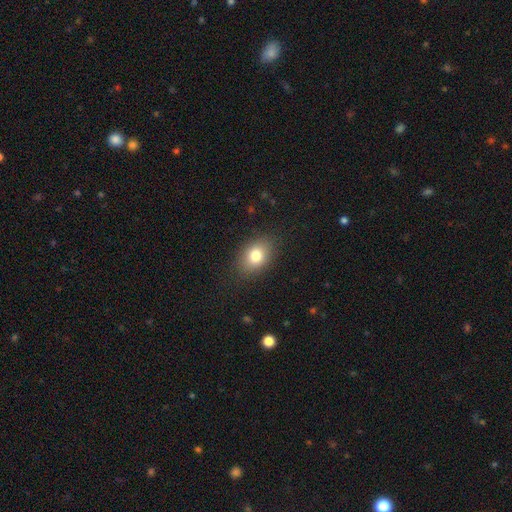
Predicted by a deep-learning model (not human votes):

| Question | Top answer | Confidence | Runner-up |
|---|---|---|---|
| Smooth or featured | smooth | 79% | featured or disk (11%) |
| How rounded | in between | 73% | round (25%) |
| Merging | none | 85% | minor disturbance (10%) |